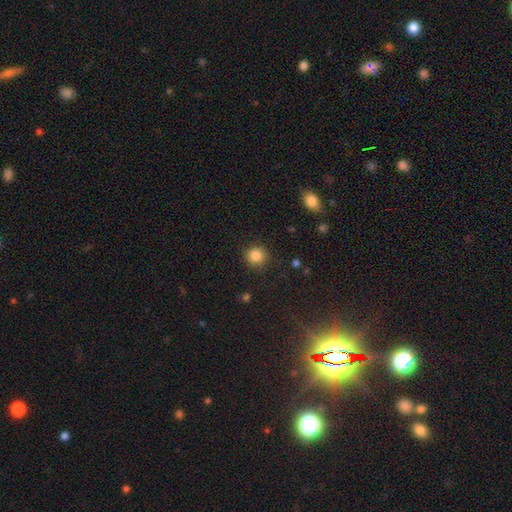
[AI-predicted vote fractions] A smooth galaxy with no disk features (85%) that is round (91%). Merging: none (90%).